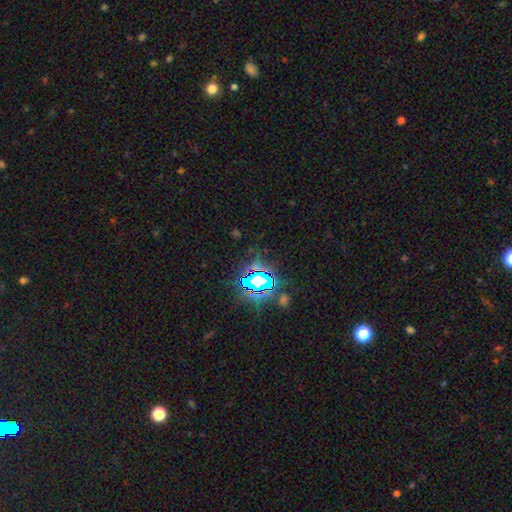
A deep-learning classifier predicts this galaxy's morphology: Overall: star or artifact (79%).